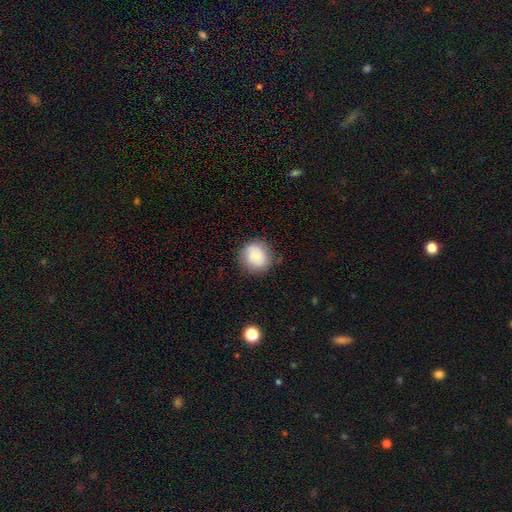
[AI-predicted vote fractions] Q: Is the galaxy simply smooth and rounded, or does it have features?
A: smooth — 78%.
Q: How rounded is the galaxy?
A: round — 84%.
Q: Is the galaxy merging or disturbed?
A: none — 81%.